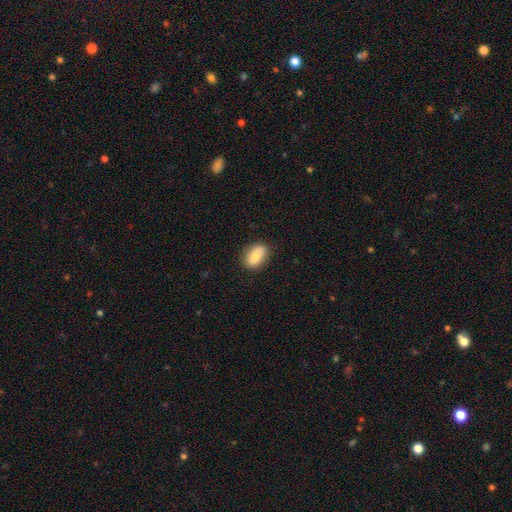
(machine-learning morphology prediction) Smooth or featured? smooth (80%)
How rounded? in between (88%)
Merging? none (84%)